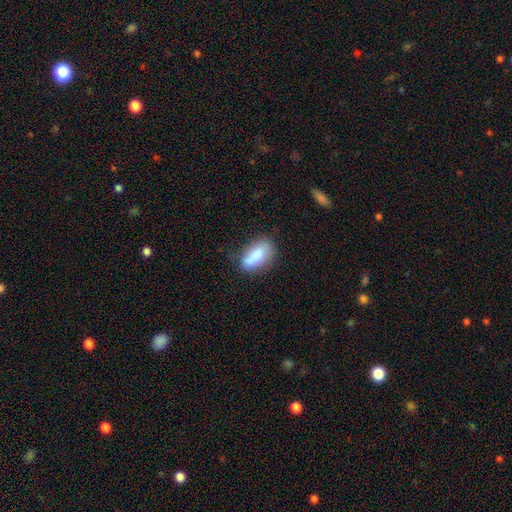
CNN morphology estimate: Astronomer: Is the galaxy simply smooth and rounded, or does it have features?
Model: smooth — 82%.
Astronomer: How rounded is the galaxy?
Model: in between — 85%.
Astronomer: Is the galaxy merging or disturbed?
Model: none — 66%.